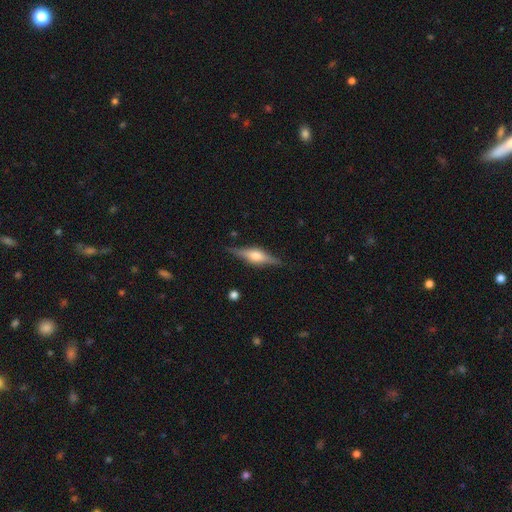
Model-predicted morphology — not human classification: Smooth or featured? Predicted: featured or disk (p=0.73). Edge-on disk? Predicted: yes (p=0.97). Edge-on bulge? Predicted: rounded (p=0.89). Merging? Predicted: none (p=0.87).